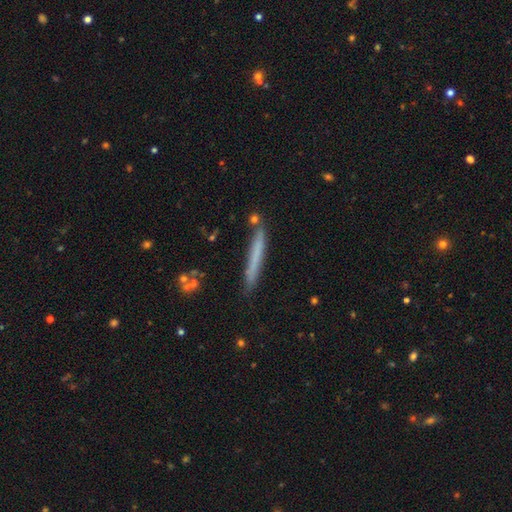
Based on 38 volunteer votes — Smooth or featured: smooth — 68% (featured or disk — 26%)
How rounded: cigar-shaped — 100%
Merging: none — 86% (minor disturbance — 11%)